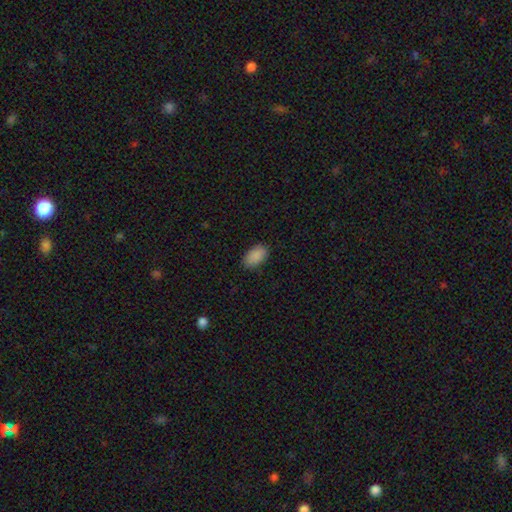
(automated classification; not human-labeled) Smooth or featured? smooth (90%)
How rounded? in between (94%)
Merging? none (86%)